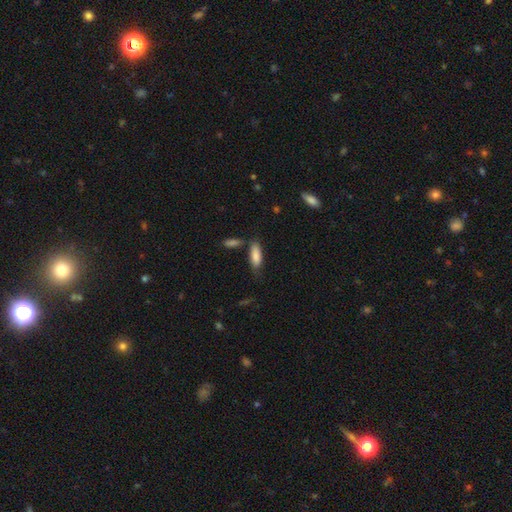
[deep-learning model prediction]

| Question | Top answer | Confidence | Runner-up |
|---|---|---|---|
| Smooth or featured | smooth | 84% | featured or disk (9%) |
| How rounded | in between | 62% | cigar-shaped (37%) |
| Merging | none | 65% | minor disturbance (20%) |